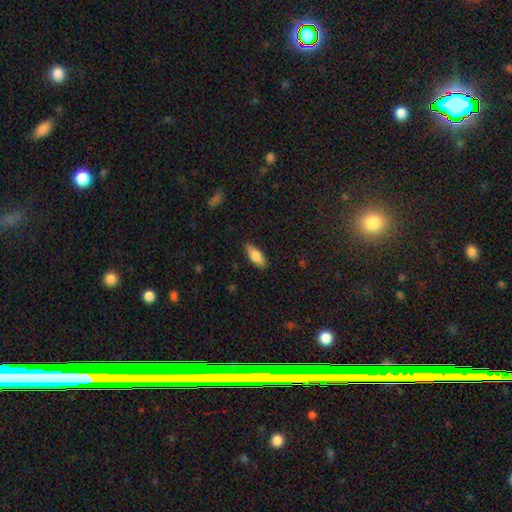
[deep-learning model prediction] smooth-or-featured: smooth: 75% | featured or disk: 19% | star or artifact: 6%
  how-rounded: in between: 73% | cigar-shaped: 25% | round: 2%
  merging: none: 87% | minor disturbance: 10% | major disturbance: 2% | merger: 1%